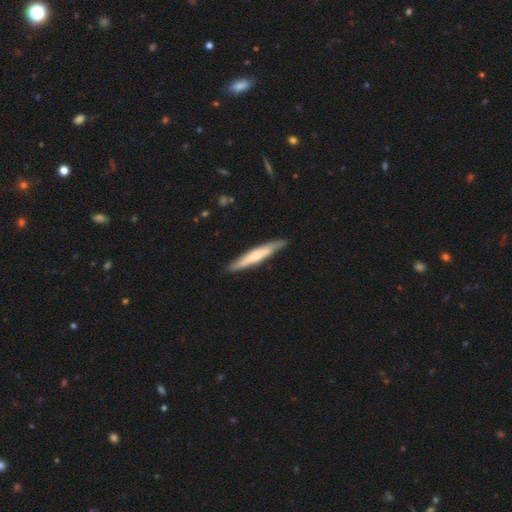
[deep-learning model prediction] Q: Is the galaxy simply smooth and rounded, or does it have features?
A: smooth — 52%.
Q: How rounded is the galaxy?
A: cigar-shaped — 93%.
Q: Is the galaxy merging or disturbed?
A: none — 86%.